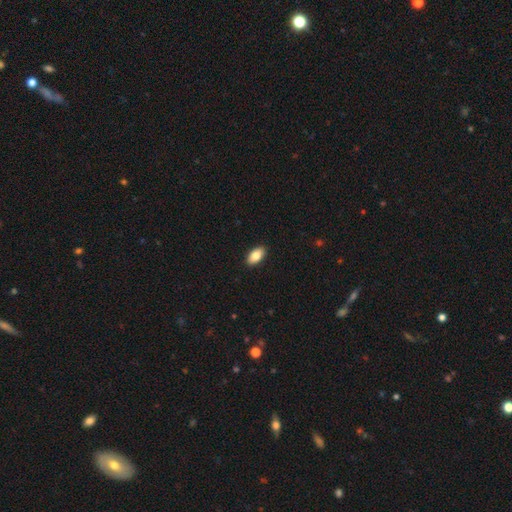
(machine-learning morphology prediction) This appears to be a smooth galaxy with no disk features (84%) that is in between round and cigar-shaped (93%). Merging: none (90%).